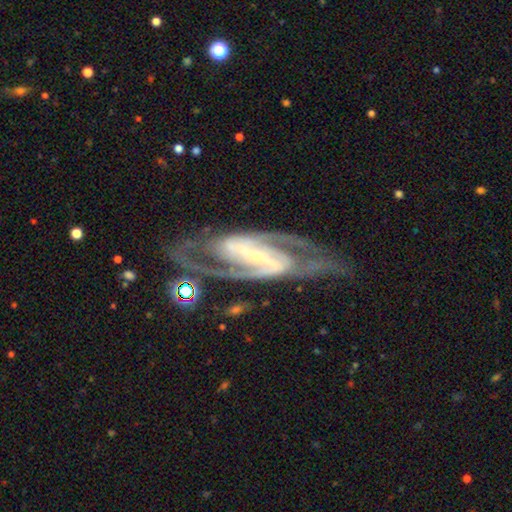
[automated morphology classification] A featured or disk galaxy (92%) with a strong bar (71%), 2 (91%) medium (57%) spiral arms (98%) and a small central bulge (74%). Merging: none (70%).